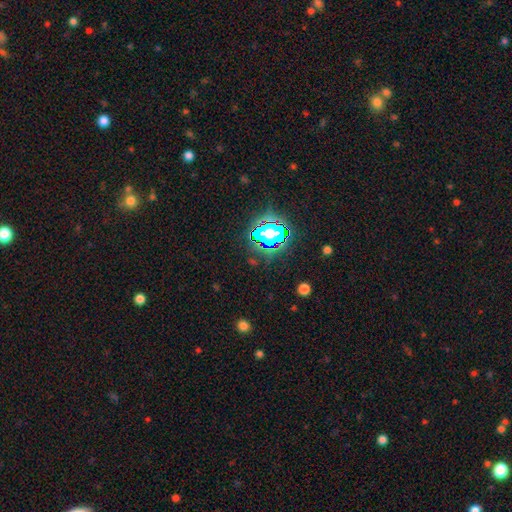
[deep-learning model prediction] Smooth or featured? Predicted: star or artifact (p=0.80).